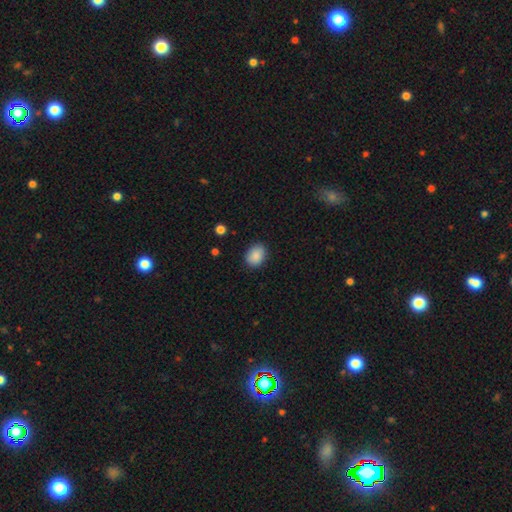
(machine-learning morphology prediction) Smooth or featured?
  - smooth: 88% *
  - star or artifact: 8%
  - featured or disk: 4%
How rounded?
  - in between: 61% *
  - round: 38%
  - cigar-shaped: 1%
Merging?
  - none: 87% *
  - minor disturbance: 10%
  - major disturbance: 2%
  - merger: 1%